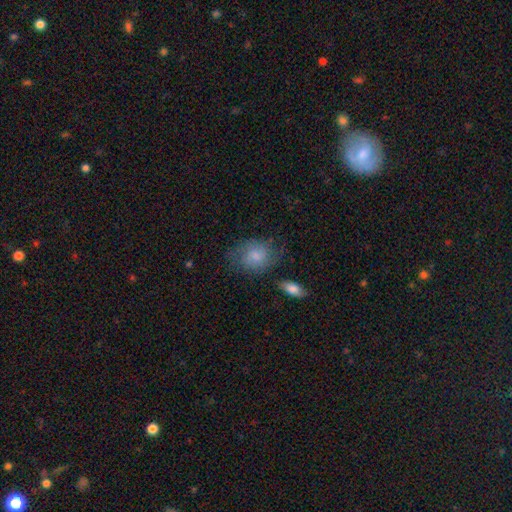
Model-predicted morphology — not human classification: Smooth or featured?
  - smooth: 73% *
  - featured or disk: 20%
  - star or artifact: 8%
How rounded?
  - in between: 51% *
  - round: 48%
  - cigar-shaped: 1%
Merging?
  - none: 62% *
  - minor disturbance: 24%
  - major disturbance: 10%
  - merger: 4%